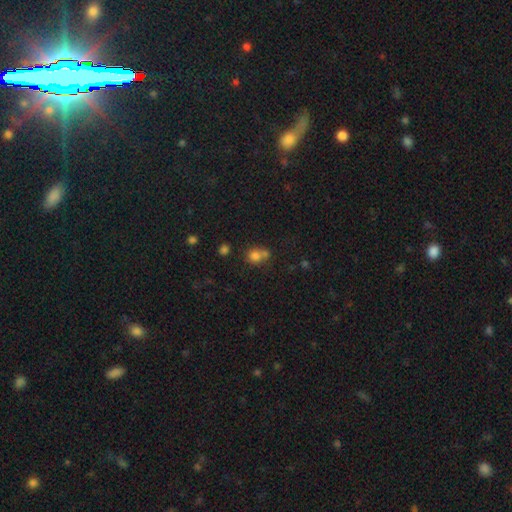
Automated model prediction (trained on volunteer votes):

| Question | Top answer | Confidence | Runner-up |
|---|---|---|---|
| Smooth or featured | smooth | 77% | star or artifact (13%) |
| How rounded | round | 74% | in between (25%) |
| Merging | merger | 45% | none (40%) |